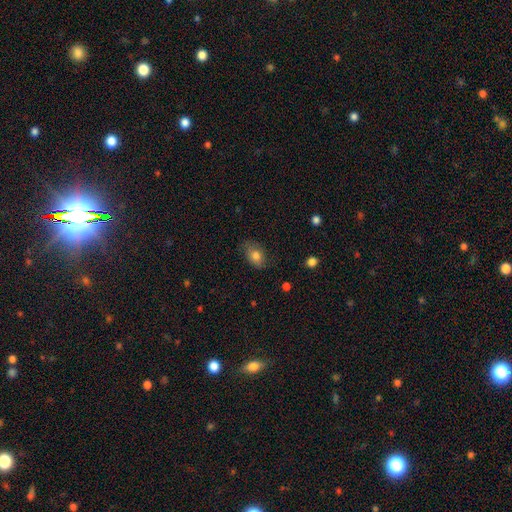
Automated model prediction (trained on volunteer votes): smooth 79%, featured or disk 12%, star or artifact 9%. Down the decision tree: how rounded — in between (80%); merging — none (71%).